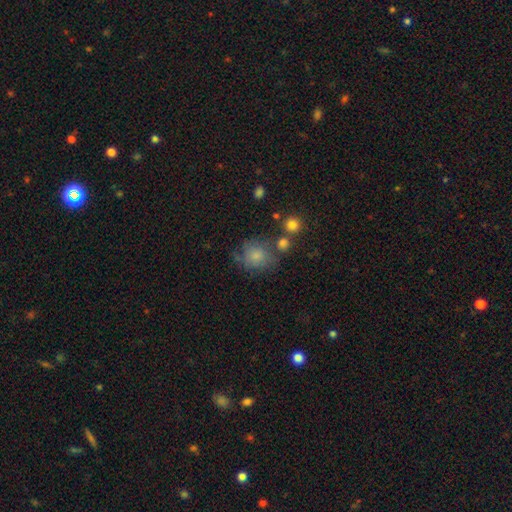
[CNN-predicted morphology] Q: Smooth or featured?
A: smooth (76%); runner-up: featured or disk (14%)
Q: How rounded?
A: round (76%); runner-up: in between (23%)
Q: Merging?
A: none (55%); runner-up: minor disturbance (21%)